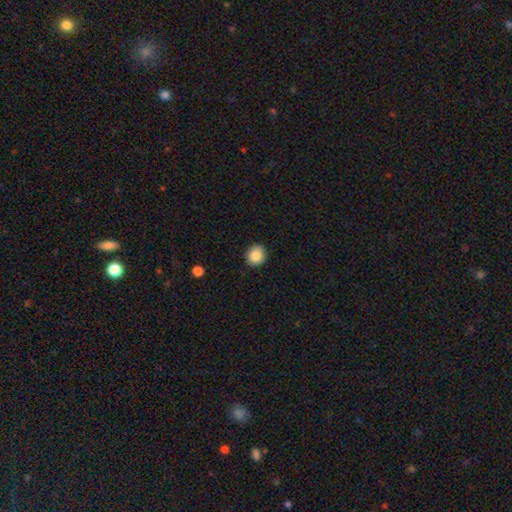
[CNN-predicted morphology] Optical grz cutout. It shows a smooth galaxy with no disk features (86%) that is round (83%). Merging: none (89%).